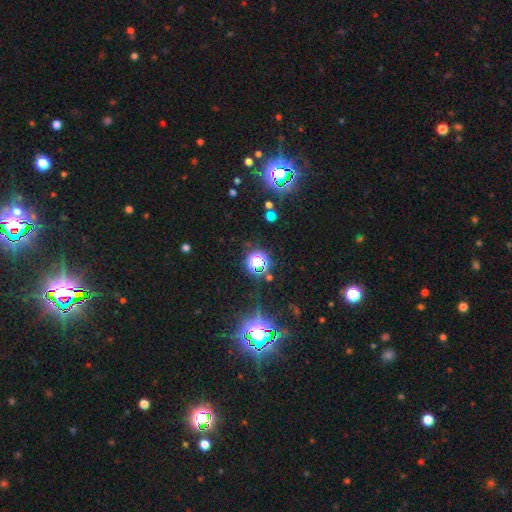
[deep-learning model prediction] A star or artifact, not a galaxy (78%).